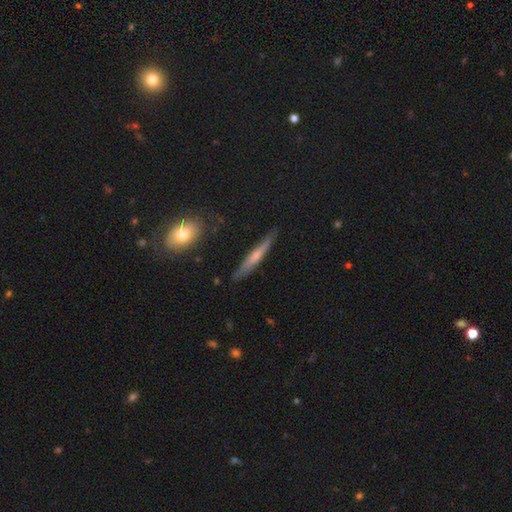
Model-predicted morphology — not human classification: Overall: smooth (49%; featured or disk 45%). Merging: none (83%).